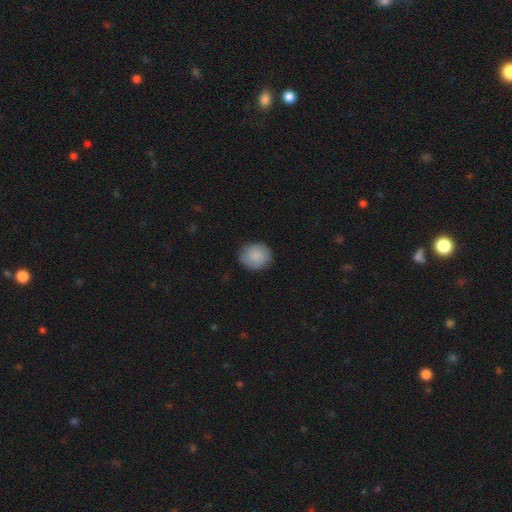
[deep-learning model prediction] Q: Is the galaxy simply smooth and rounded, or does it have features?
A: smooth — 85%.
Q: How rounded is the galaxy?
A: round — 79%.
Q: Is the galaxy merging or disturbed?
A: none — 84%.